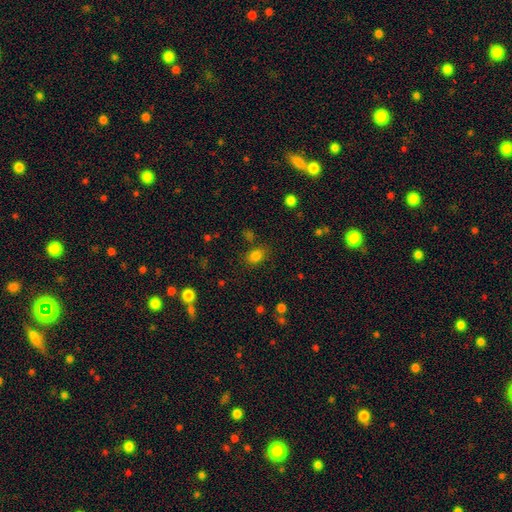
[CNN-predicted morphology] Smooth or featured: smooth — 80% (star or artifact — 14%)
How rounded: in between — 66% (round — 33%)
Merging: none — 77% (minor disturbance — 14%)